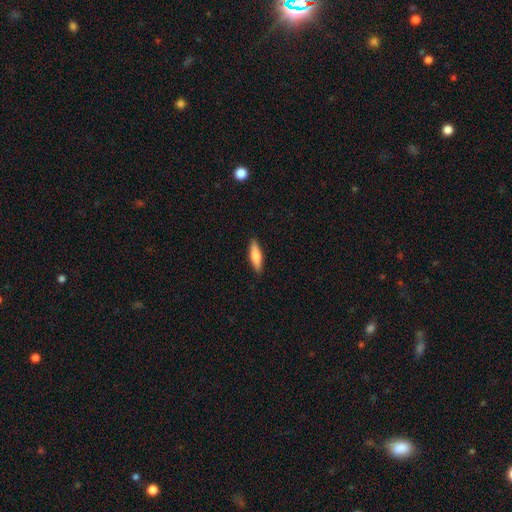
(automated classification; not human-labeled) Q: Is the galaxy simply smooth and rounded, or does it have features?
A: smooth — 73%.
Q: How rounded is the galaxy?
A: cigar-shaped — 62%.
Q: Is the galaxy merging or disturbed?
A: none — 89%.